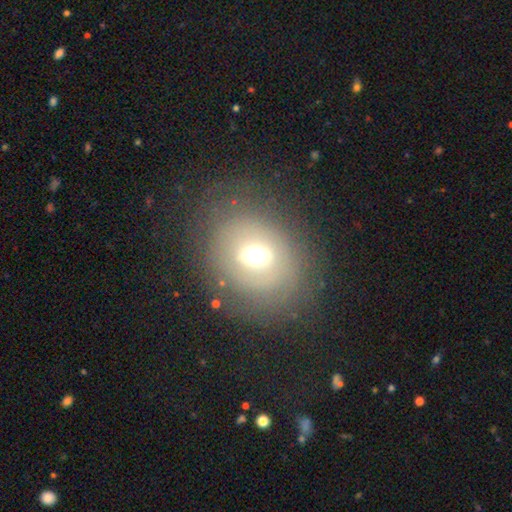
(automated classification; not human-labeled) smooth-or-featured: featured or disk: 47% | smooth: 41% | star or artifact: 12%
  merging: none: 69% | minor disturbance: 18% | major disturbance: 11% | merger: 2%